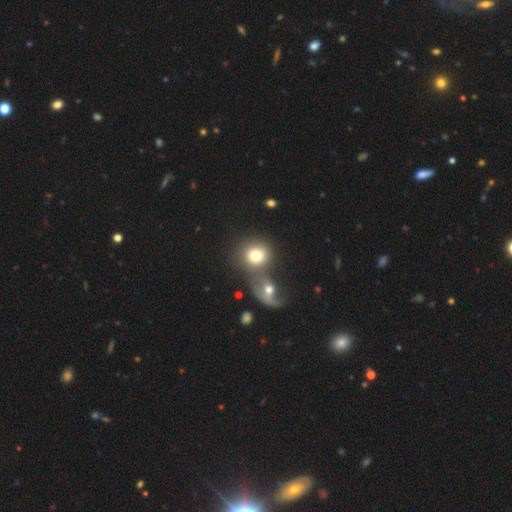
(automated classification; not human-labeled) This appears to be a smooth galaxy with no disk features (74%) that is round (79%). Merging: merger (46%).